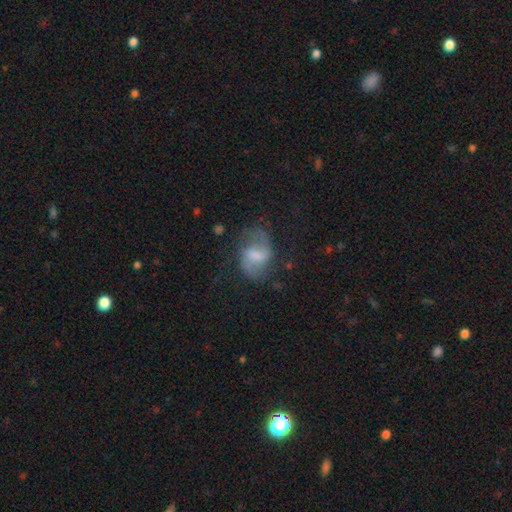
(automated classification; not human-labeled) featured or disk 69%, smooth 22%, star or artifact 8%. Down the decision tree: edge-on disk — no (97%); bar — weak (55%); spiral arms — yes (89%); spiral arm count — 2 (86%); spiral winding — loose (46%); bulge size — moderate (32%); merging — none (60%).